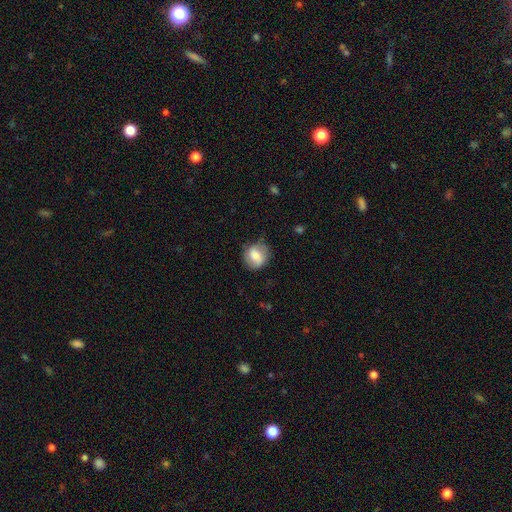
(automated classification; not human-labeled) Q: Smooth or featured?
A: smooth (72%); runner-up: featured or disk (21%)
Q: How rounded?
A: round (74%); runner-up: in between (25%)
Q: Merging?
A: none (68%); runner-up: minor disturbance (23%)